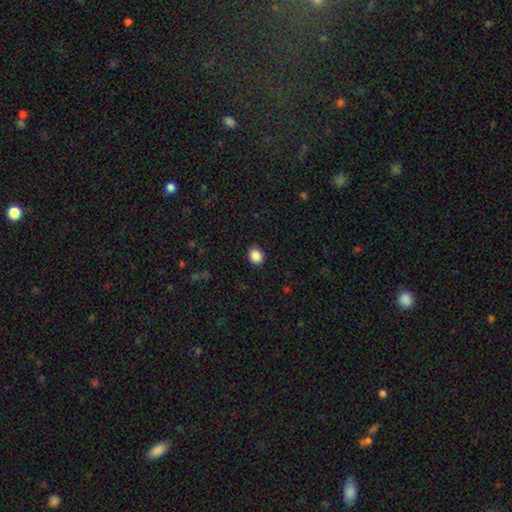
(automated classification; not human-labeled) Smooth or featured? smooth (88%)
How rounded? round (63%)
Merging? none (90%)